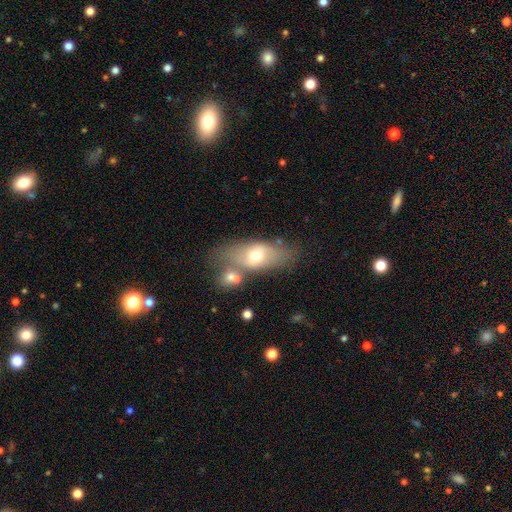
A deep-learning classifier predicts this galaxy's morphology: smooth-or-featured: smooth: 58% | featured or disk: 34% | star or artifact: 8%
  how-rounded: in between: 80% | cigar-shaped: 13% | round: 7%
  merging: none: 55% | merger: 22% | minor disturbance: 16% | major disturbance: 6%